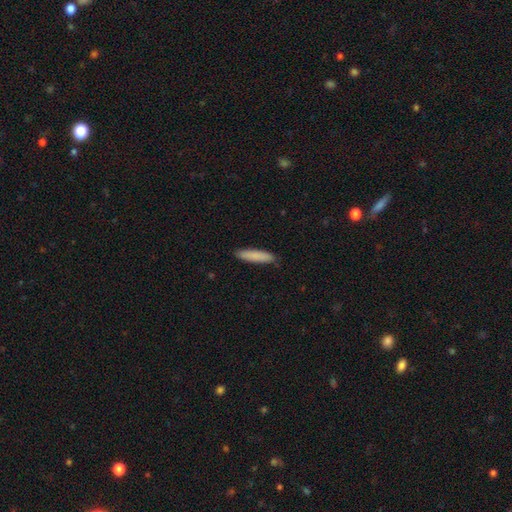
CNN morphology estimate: A smooth galaxy with no disk features (85%) that is cigar-shaped (83%). Merging: none (88%).